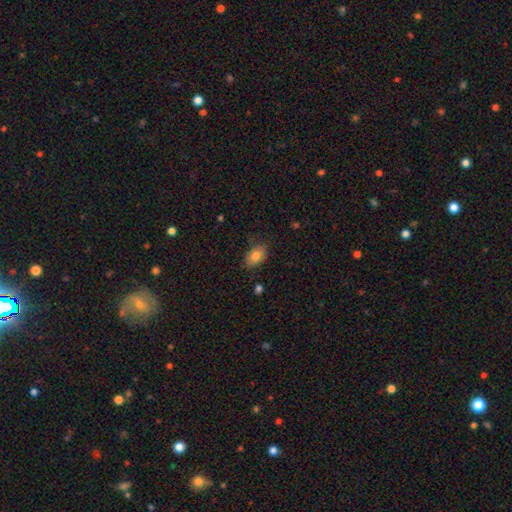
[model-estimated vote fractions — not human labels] Smooth or featured?
  - smooth: 80% *
  - featured or disk: 11%
  - star or artifact: 8%
How rounded?
  - in between: 89% *
  - round: 10%
  - cigar-shaped: 2%
Merging?
  - none: 80% *
  - minor disturbance: 15%
  - major disturbance: 3%
  - merger: 1%